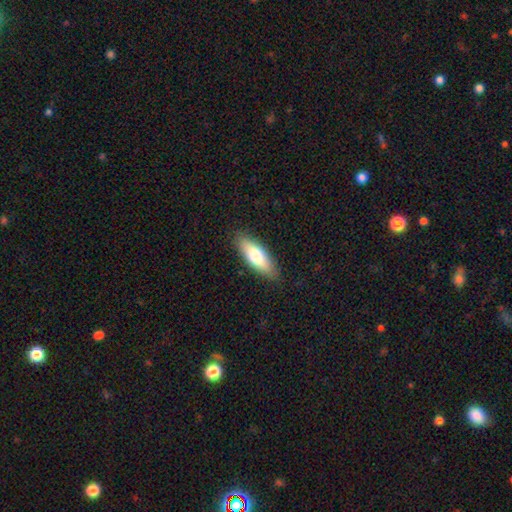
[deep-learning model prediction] Overall: smooth (73%). How rounded: in between (60%; cigar-shaped 38%). Merging: none (87%).